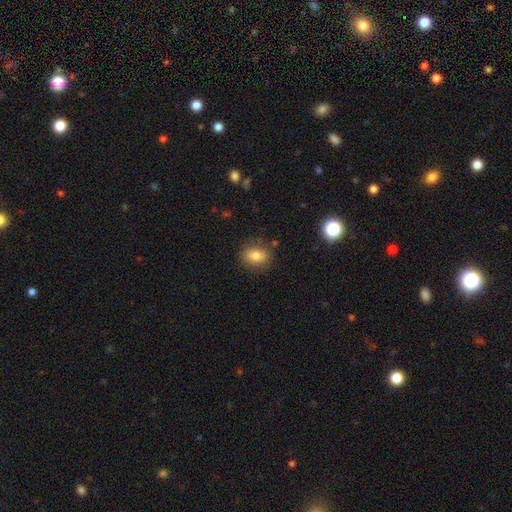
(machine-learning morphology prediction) Q: Smooth or featured?
A: smooth (81%); runner-up: star or artifact (10%)
Q: How rounded?
A: in between (65%); runner-up: round (33%)
Q: Merging?
A: none (83%); runner-up: minor disturbance (12%)